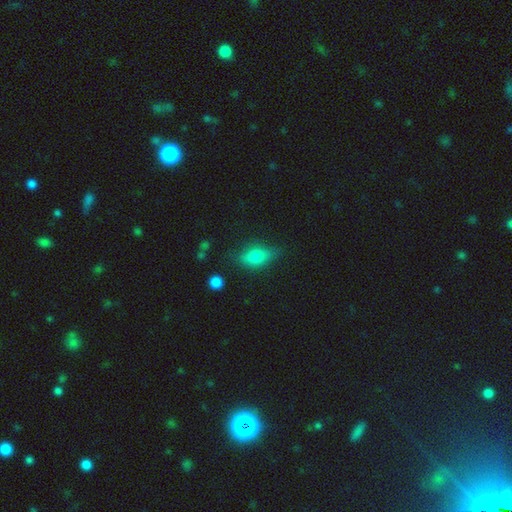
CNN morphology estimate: smooth_or_featured: smooth (p=0.71) [alt: featured or disk p=0.19]
how_rounded: in between (p=0.80) [alt: cigar-shaped p=0.10]
merging: none (p=0.70) [alt: minor disturbance p=0.22]